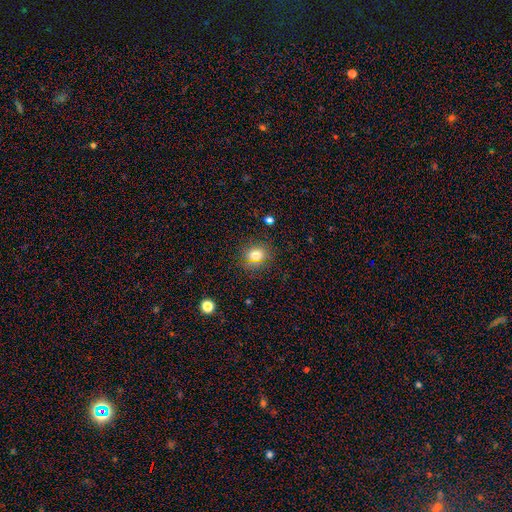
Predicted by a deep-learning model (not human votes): This appears to be a smooth galaxy with no disk features (75%) that is round (77%). Merging: none (86%).